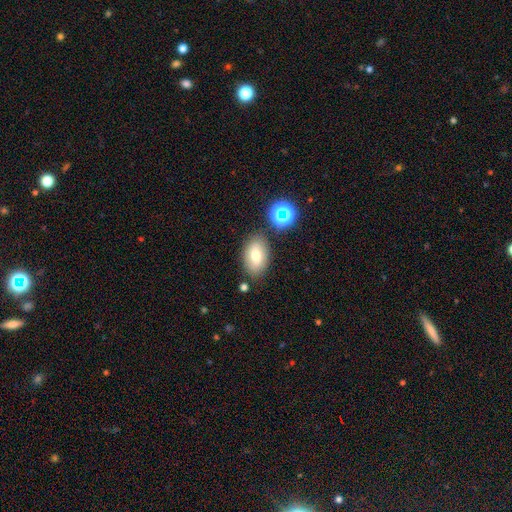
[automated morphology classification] The model was most divided on "smooth or featured": smooth: 71%, featured or disk: 18%, star or artifact: 11%. More confident: how rounded — in between (89%); merging — none (79%).